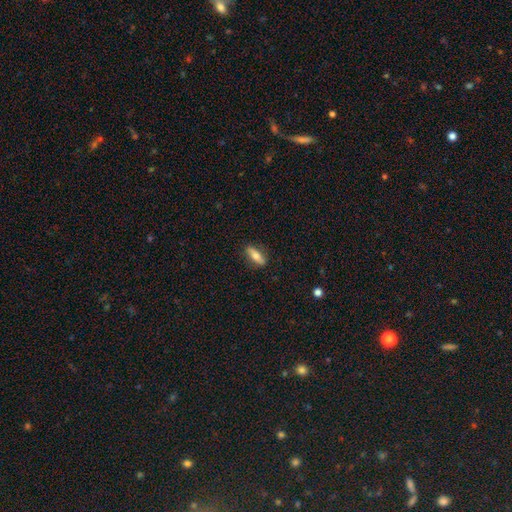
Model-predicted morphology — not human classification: This is likely a smooth galaxy (67%). How rounded: possibly in between (53%). Merging: clearly none (85%).